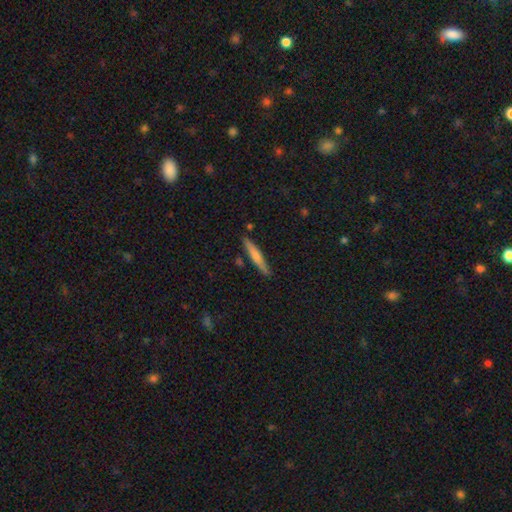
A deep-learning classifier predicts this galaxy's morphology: type=smooth (62%); roundness=cigar-shaped (93%); merging=none (85%).